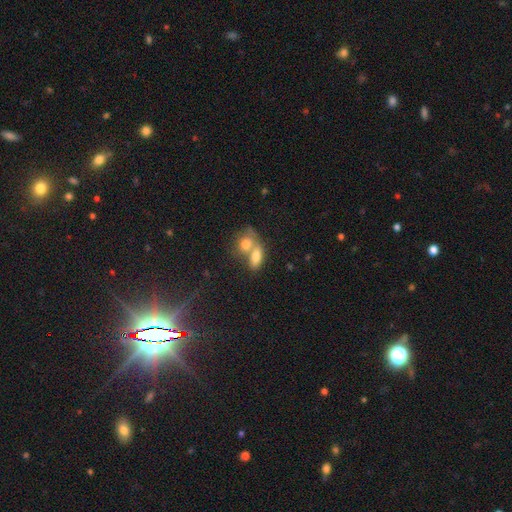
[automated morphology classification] Overall: smooth (76%). How rounded: in between (82%). Merging: merger (64%; none 25%).